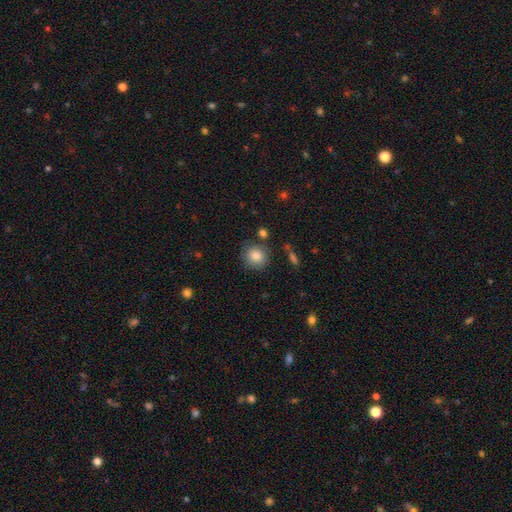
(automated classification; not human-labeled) Smooth or featured? Predicted: smooth (p=0.84). How rounded? Predicted: round (p=0.87). Merging? Predicted: none (p=0.80).